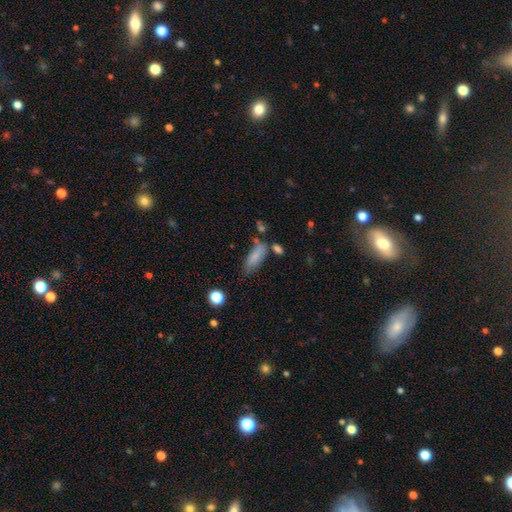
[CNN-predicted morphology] type=smooth (81%); roundness=in between (67%); merging=none (59%).